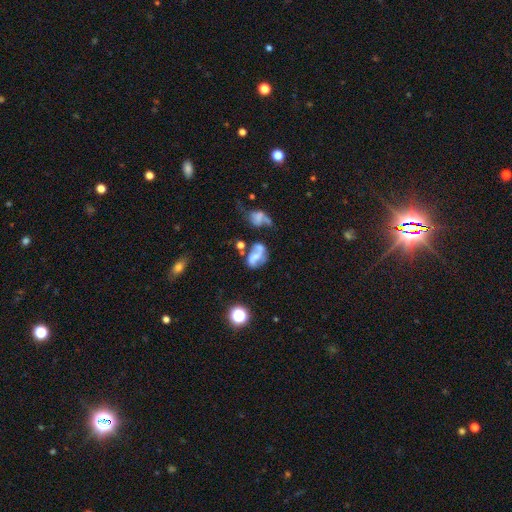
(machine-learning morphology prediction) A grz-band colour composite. It shows a featured or disk galaxy (55%) with no bar (56%), spiral arms (60%) and a moderate central bulge (32%). Merging: merger (32%).